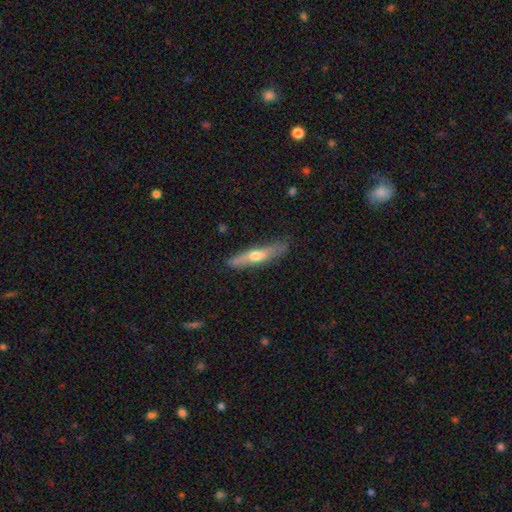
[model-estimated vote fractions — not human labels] The model was most divided on "smooth or featured": smooth: 48%, featured or disk: 46%, star or artifact: 5%. More confident: merging — none (79%).